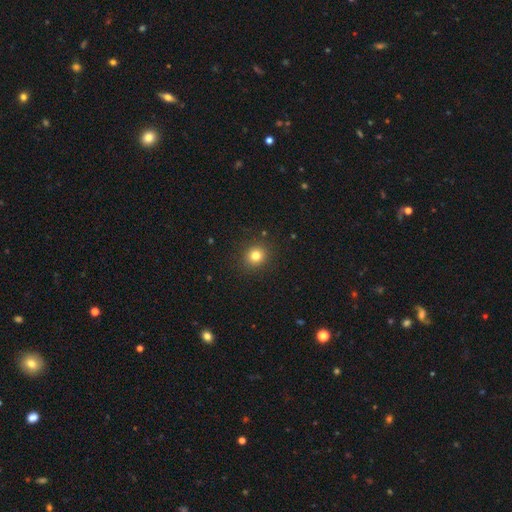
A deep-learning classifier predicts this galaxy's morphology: Q: Smooth or featured?
A: smooth (80%); runner-up: star or artifact (14%)
Q: How rounded?
A: round (85%); runner-up: in between (14%)
Q: Merging?
A: none (90%); runner-up: minor disturbance (7%)